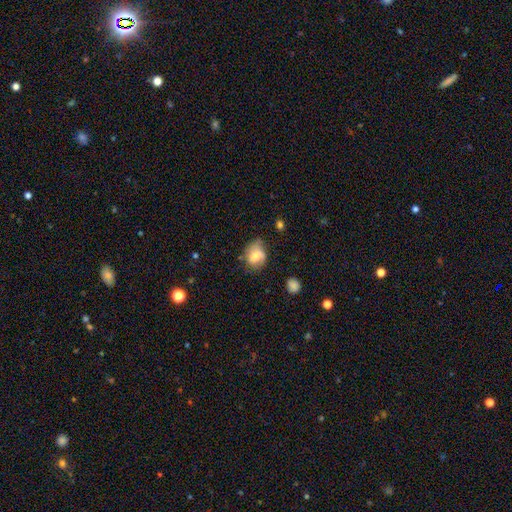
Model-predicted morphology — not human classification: Overall: smooth (62%; featured or disk 28%). How rounded: in between (52%; round 47%). Merging: none (49%; minor disturbance 35%).